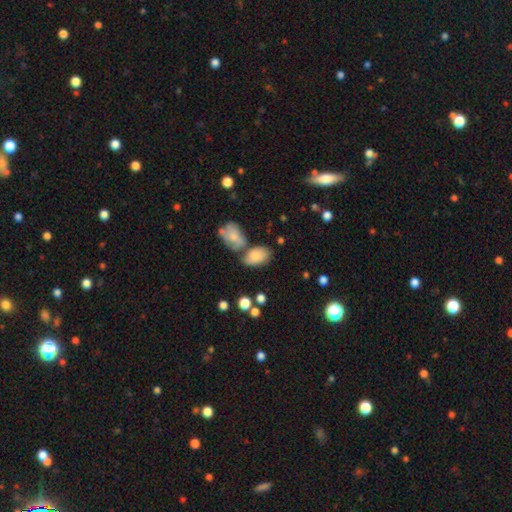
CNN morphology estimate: smooth 78%, featured or disk 14%, star or artifact 8%. Down the decision tree: how rounded — in between (89%); merging — none (42%).